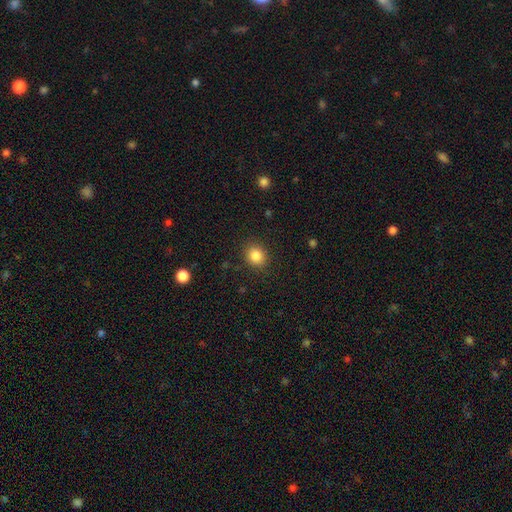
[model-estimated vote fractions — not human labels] Smooth or featured? smooth (84%)
How rounded? round (78%)
Merging? none (89%)